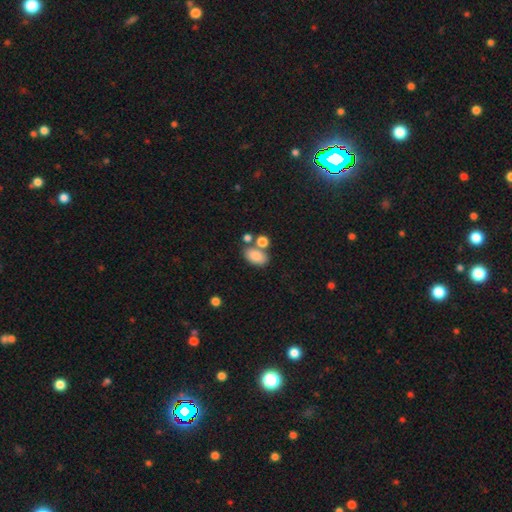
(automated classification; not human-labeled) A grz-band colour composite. It shows a smooth galaxy with no disk features (83%) that is in between round and cigar-shaped (89%). Merging: none (56%).